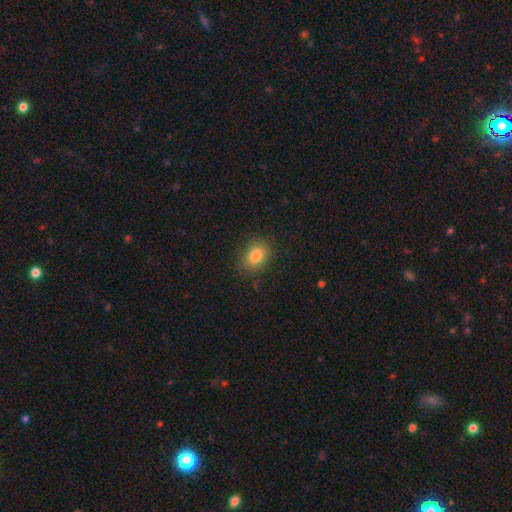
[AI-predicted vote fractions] Smooth or featured? smooth (83%)
How rounded? in between (62%)
Merging? none (83%)